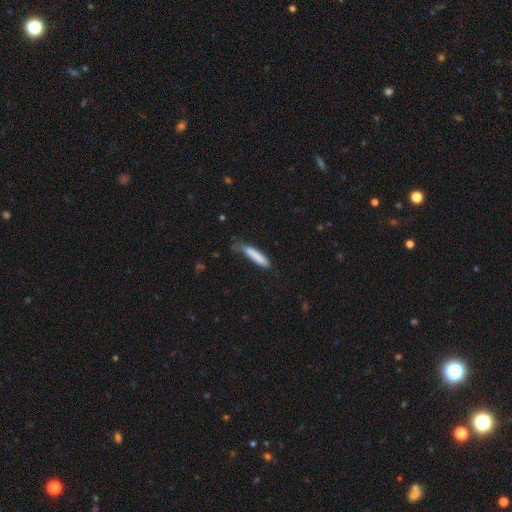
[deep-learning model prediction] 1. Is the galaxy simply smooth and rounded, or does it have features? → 83% smooth, 11% featured or disk, 6% star or artifact.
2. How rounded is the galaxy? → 87% cigar-shaped, 11% in between, 1% round.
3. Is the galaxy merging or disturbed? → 59% none, 30% minor disturbance, 9% major disturbance, 2% merger.